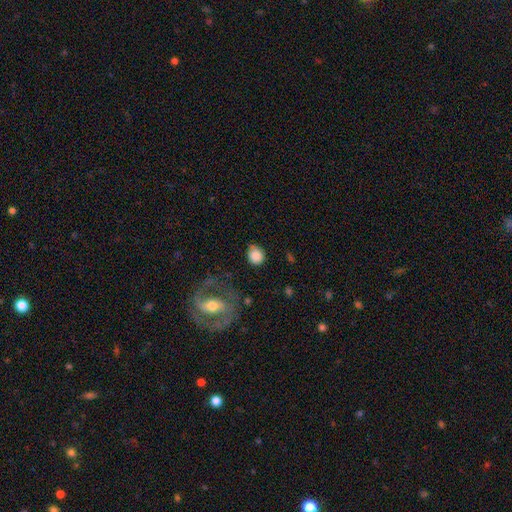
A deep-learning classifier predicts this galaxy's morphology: Smooth or featured? smooth (82%)
How rounded? round (77%)
Merging? none (68%)